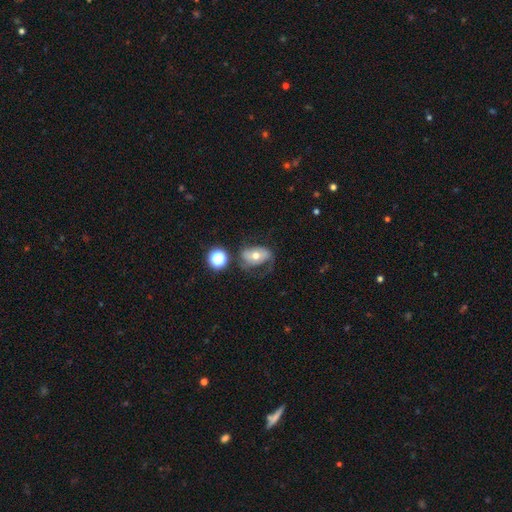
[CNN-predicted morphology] Smooth or featured? smooth (45%)
Merging? none (41%)